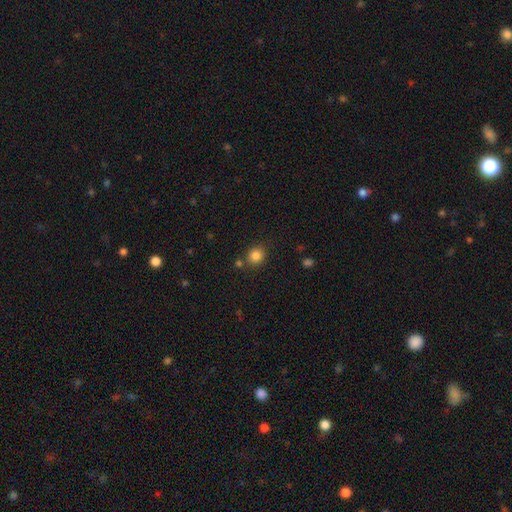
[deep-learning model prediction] This is clearly a smooth galaxy (84%). How rounded: likely round (79%). Merging: likely none (78%).